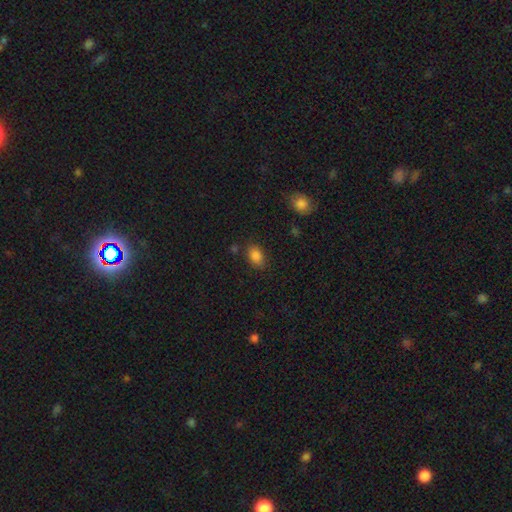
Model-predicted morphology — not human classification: The model was most divided on "merging": none: 78%, minor disturbance: 15%, major disturbance: 4%, merger: 3%. More confident: smooth or featured — smooth (84%); how rounded — in between (82%).